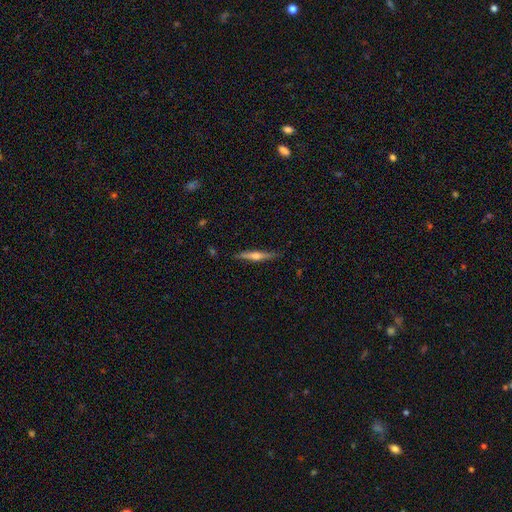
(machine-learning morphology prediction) Smooth or featured?
  - featured or disk: 63% *
  - smooth: 31%
  - star or artifact: 6%
Edge-on disk?
  - yes: 97% *
  - no: 3%
Edge-on bulge?
  - rounded: 90% *
  - none: 5%
  - boxy: 4%
Merging?
  - none: 86% *
  - minor disturbance: 11%
  - major disturbance: 2%
  - merger: 1%